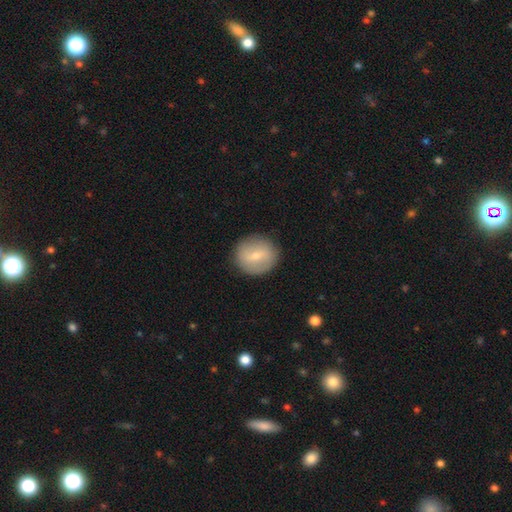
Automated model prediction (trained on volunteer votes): This appears to be a smooth galaxy with no disk features (57%) that is round (88%). Merging: none (88%).